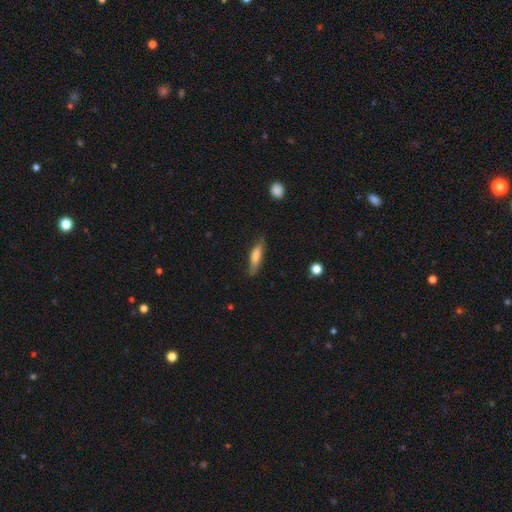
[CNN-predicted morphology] This is likely a smooth galaxy (69%). How rounded: likely cigar-shaped (73%). Merging: likely none (76%).